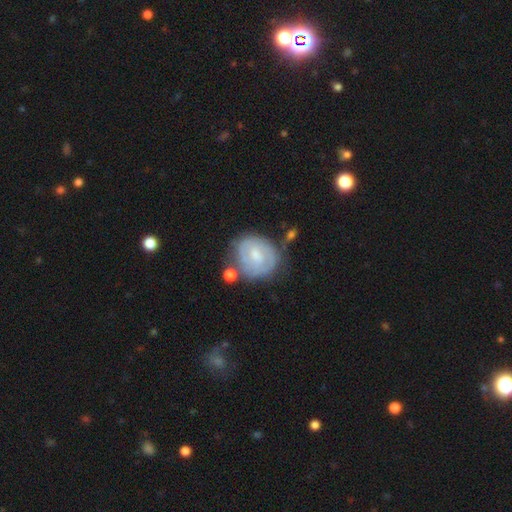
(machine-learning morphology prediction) smooth_or_featured: featured or disk (p=0.63) [alt: smooth p=0.30]
disk_edge_on: no (p=0.97) [alt: yes p=0.03]
bar: weak (p=0.53) [alt: no p=0.36]
has_spiral_arms: yes (p=0.75) [alt: no p=0.25]
bulge_size: moderate (p=0.45) [alt: small p=0.39]
merging: none (p=0.60) [alt: minor disturbance p=0.22]